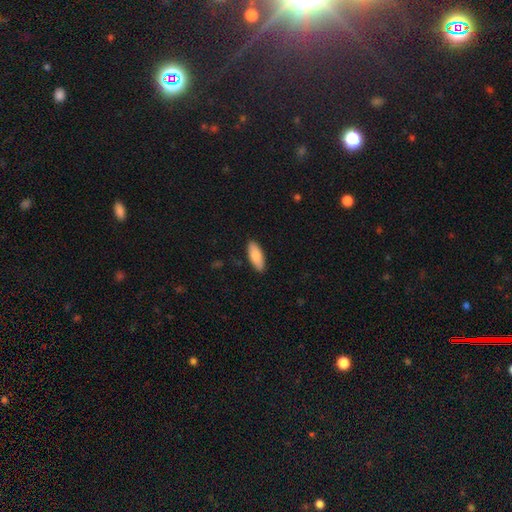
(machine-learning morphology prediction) The model was most divided on "how rounded": in between: 74%, cigar-shaped: 24%, round: 2%. More confident: merging — none (89%); smooth or featured — smooth (84%).